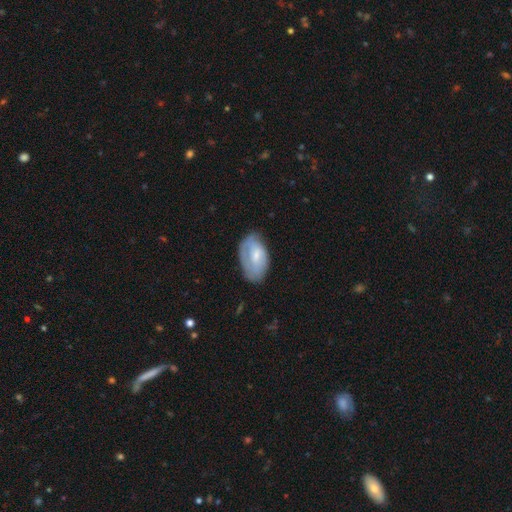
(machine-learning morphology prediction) This is possibly a smooth galaxy (54%). How rounded: clearly in between (93%). Merging: possibly none (57%).